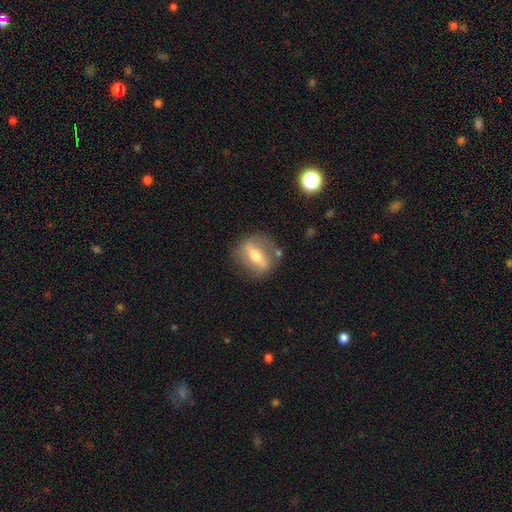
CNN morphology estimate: A featured or disk galaxy (59%).

Vote fractions:
- Smooth or featured? featured or disk: 59% / smooth: 33% / star or artifact: 8%
- Edge-on disk? no: 64% / yes: 36%
- Merging? none: 74% / minor disturbance: 15% / major disturbance: 7% / merger: 4%